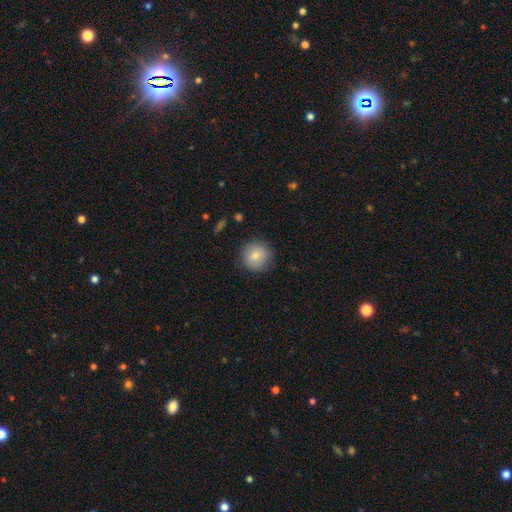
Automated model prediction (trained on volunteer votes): Smooth or featured? smooth (81%)
How rounded? round (93%)
Merging? none (86%)